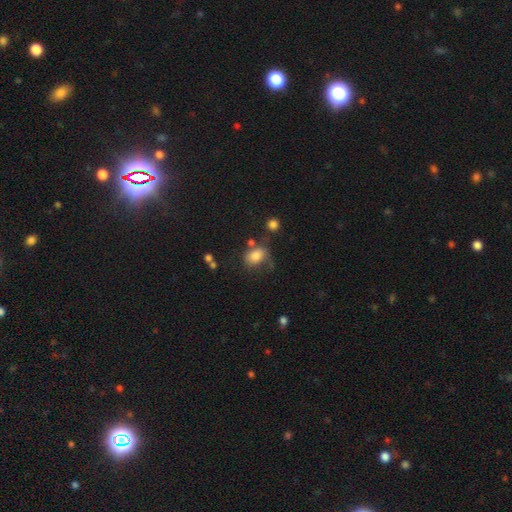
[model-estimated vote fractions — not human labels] Overall: smooth (77%). How rounded: in between (70%). Merging: none (43%; minor disturbance 26%).